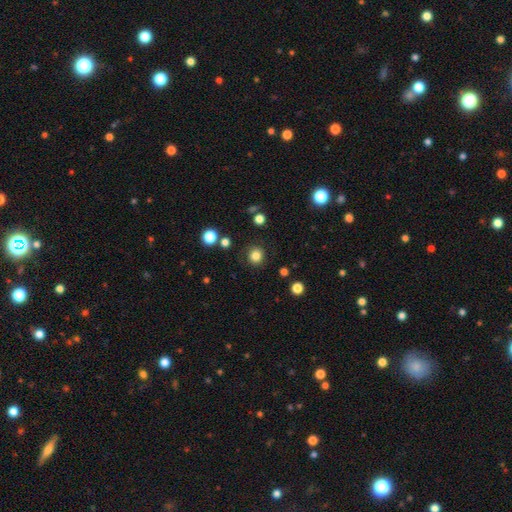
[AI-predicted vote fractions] Overall: smooth (83%). How rounded: round (93%). Merging: none (89%).